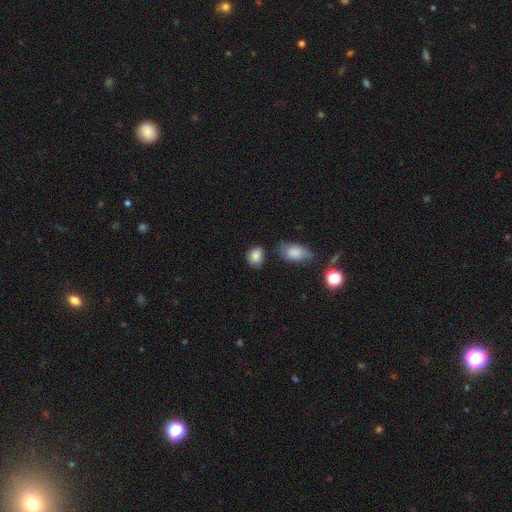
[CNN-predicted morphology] Smooth or featured? Predicted: smooth (p=0.85). How rounded? Predicted: in between (p=0.60). Merging? Predicted: none (p=0.67).